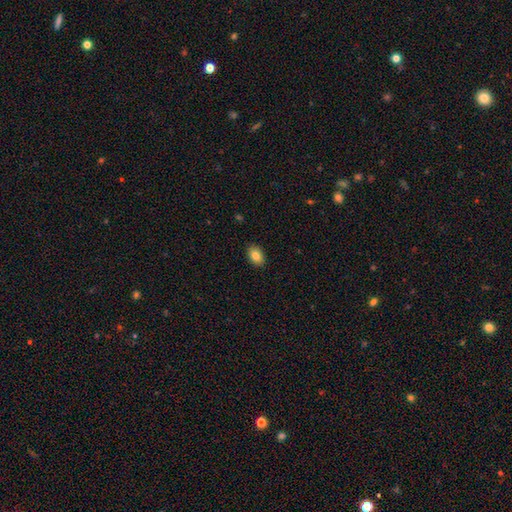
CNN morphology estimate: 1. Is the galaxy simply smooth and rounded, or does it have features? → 83% smooth, 8% featured or disk, 8% star or artifact.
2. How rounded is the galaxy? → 85% in between, 14% round, 1% cigar-shaped.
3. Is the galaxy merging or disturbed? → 90% none, 8% minor disturbance, 2% major disturbance, 1% merger.